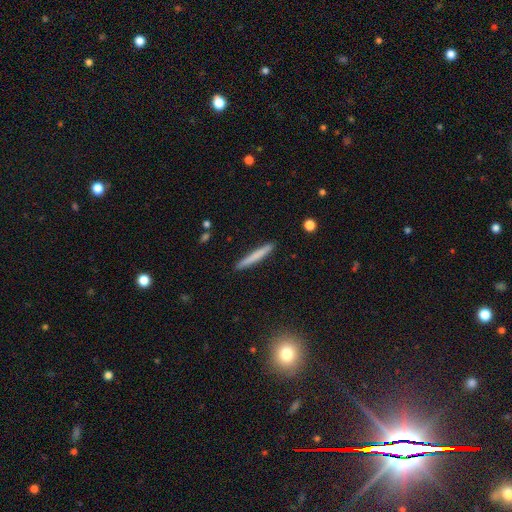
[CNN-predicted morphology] type=smooth (71%); roundness=cigar-shaped (96%); merging=none (91%).